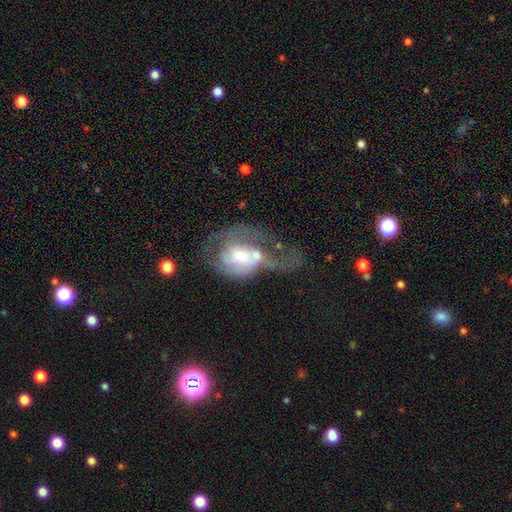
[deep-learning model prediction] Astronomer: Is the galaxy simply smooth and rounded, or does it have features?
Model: featured or disk — 66%.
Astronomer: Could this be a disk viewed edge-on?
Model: no — 96%.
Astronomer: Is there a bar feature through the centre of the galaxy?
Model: no — 62%.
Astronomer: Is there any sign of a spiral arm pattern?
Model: yes — 66%.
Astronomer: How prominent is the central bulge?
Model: moderate — 54% (runner-up: small, 30%).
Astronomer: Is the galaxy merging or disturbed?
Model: major disturbance — 38% (runner-up: merger, 34%).